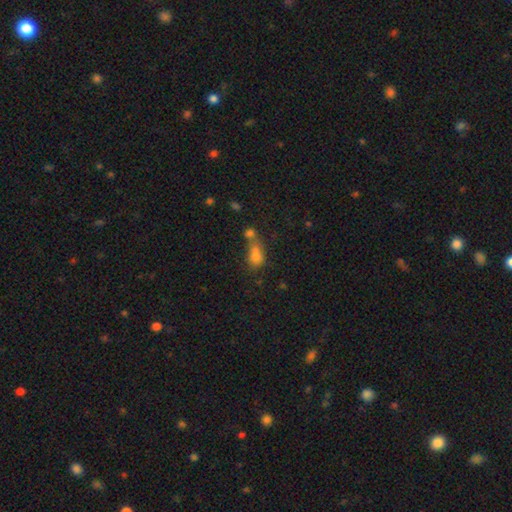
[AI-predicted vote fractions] Morphology: type=smooth (70%); roundness=in between (50%); merging=merger (59%).